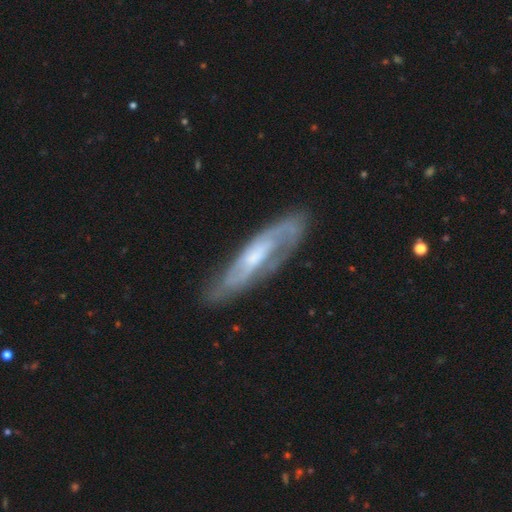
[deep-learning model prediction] The model was most divided on "spiral winding": medium: 42%, tight: 40%, loose: 18%. Remaining: spiral arms — yes (89%); smooth or featured — featured or disk (78%); edge-on disk — no (76%); merging — none (73%); spiral arm count — 2 (59%); bar — no (48%); bulge size — small (44%).